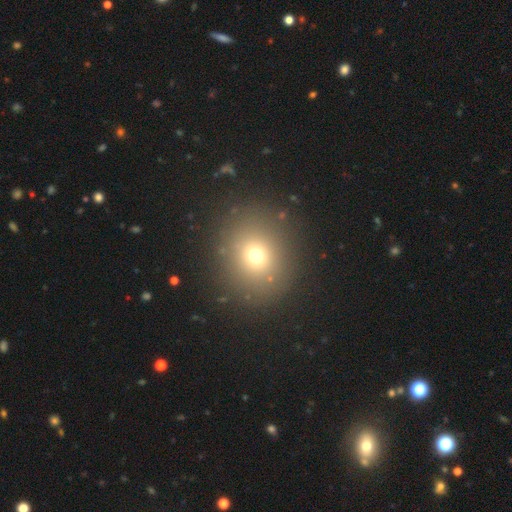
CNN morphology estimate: This is likely a smooth galaxy (69%). How rounded: likely round (78%). Merging: clearly none (86%).